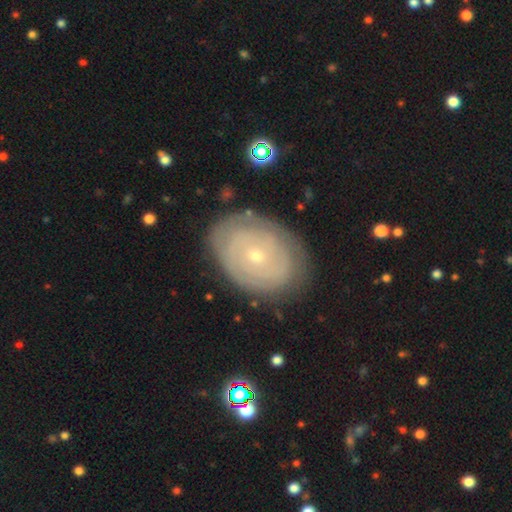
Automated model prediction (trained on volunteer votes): This is likely a featured or disk galaxy (70%). It is clearly not viewed edge-on (96%). Bar: clearly no (83%). Spiral arm pattern: likely yes (70%). Central bulge: likely small (77%). Merging: likely none (80%).